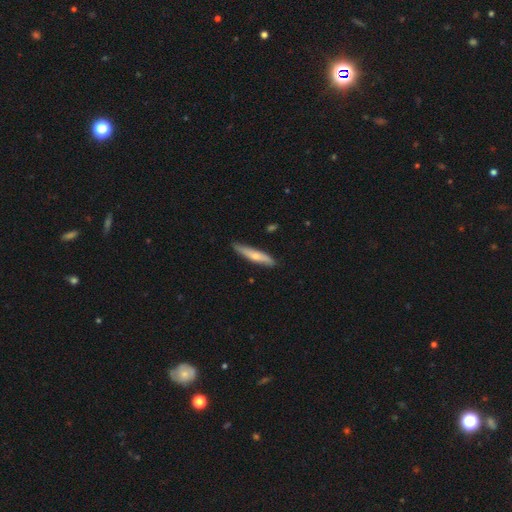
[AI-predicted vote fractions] Smooth or featured: smooth — 60% (featured or disk — 35%)
How rounded: cigar-shaped — 88% (in between — 10%)
Merging: none — 85% (minor disturbance — 12%)